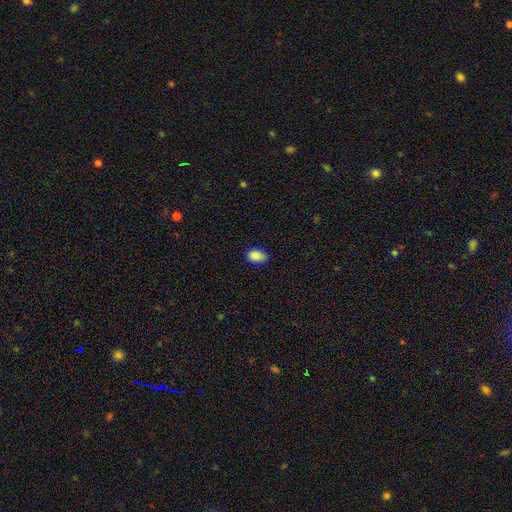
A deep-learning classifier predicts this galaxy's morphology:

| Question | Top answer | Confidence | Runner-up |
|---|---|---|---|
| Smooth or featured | smooth | 88% | star or artifact (8%) |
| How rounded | in between | 81% | round (17%) |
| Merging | none | 72% | minor disturbance (24%) |